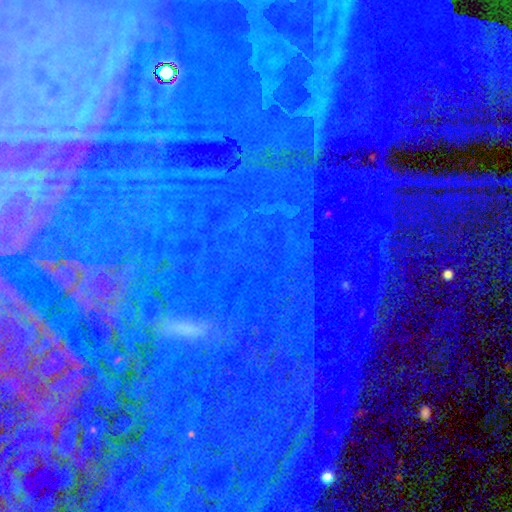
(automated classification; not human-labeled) The model was most divided on "smooth or featured": star or artifact: 84%, featured or disk: 9%, smooth: 7%.